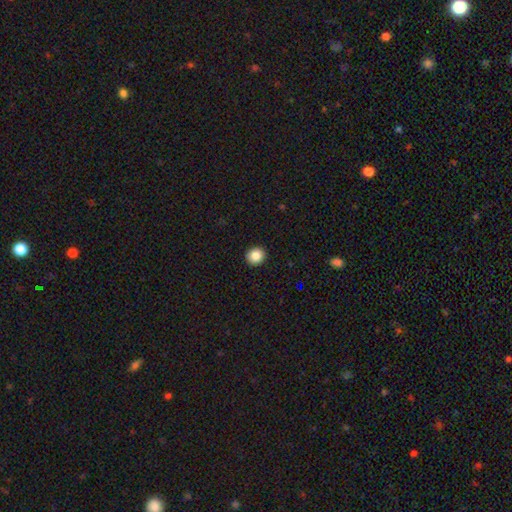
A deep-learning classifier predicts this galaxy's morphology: smooth 86%, star or artifact 10%, featured or disk 5%. Down the decision tree: how rounded — round (89%); merging — none (93%).